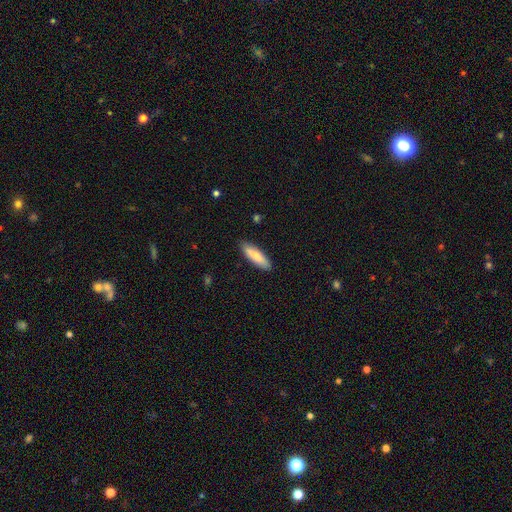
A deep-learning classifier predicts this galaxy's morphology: The model was most divided on "how rounded": cigar-shaped: 65%, in between: 34%, round: 1%. More confident: merging — none (89%); smooth or featured — smooth (81%).